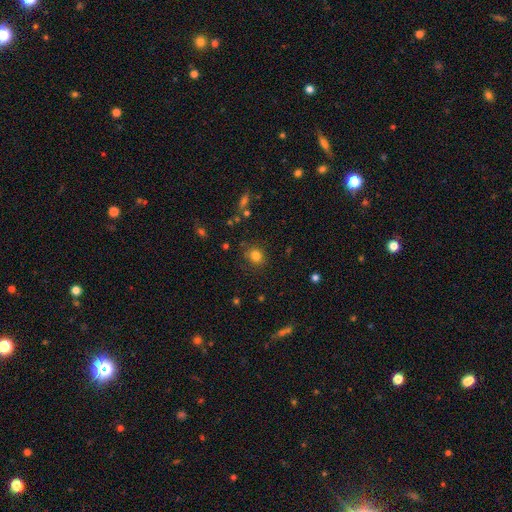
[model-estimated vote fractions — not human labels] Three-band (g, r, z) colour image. It shows a smooth galaxy with no disk features (81%) that is round (84%). Merging: none (83%).